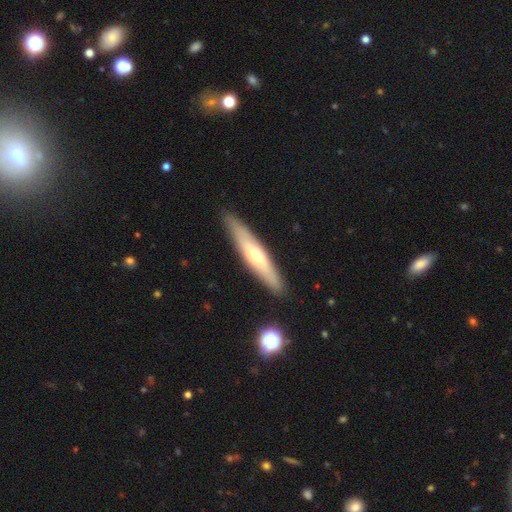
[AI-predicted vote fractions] smooth_or_featured: featured or disk (p=0.54) [alt: smooth p=0.40]
disk_edge_on: yes (p=0.83) [alt: no p=0.17]
merging: none (p=0.89) [alt: minor disturbance p=0.08]